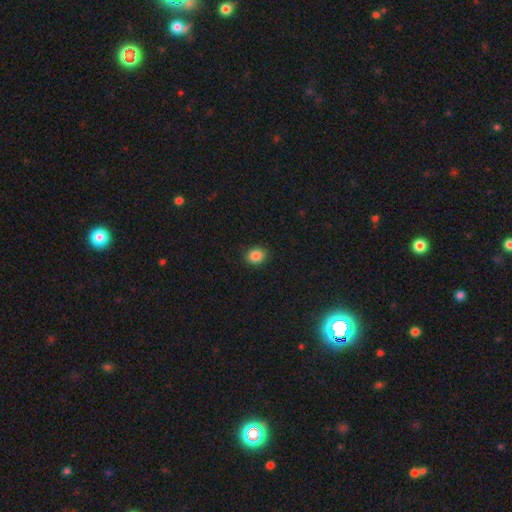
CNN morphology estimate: type=smooth (86%); roundness=round (54%); merging=none (89%).